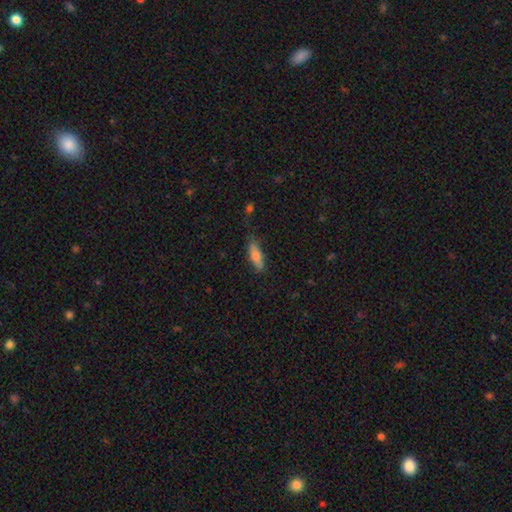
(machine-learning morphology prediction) Smooth or featured: smooth — 70% (featured or disk — 23%)
How rounded: cigar-shaped — 49% (tied with in between — 49%)
Merging: none — 65% (minor disturbance — 25%)